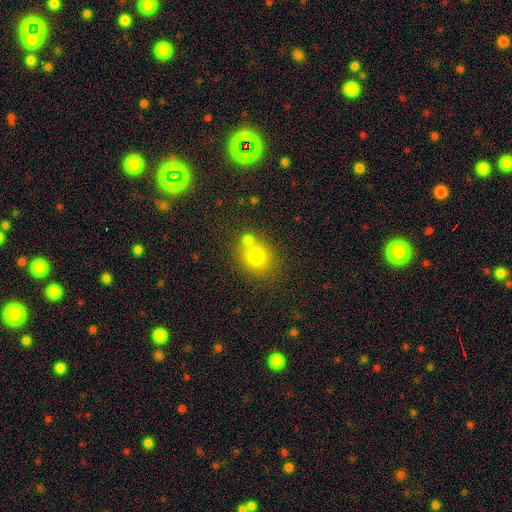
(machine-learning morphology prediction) This appears to be a smooth galaxy with no disk features (75%) that is round (65%). Merging: none (58%).